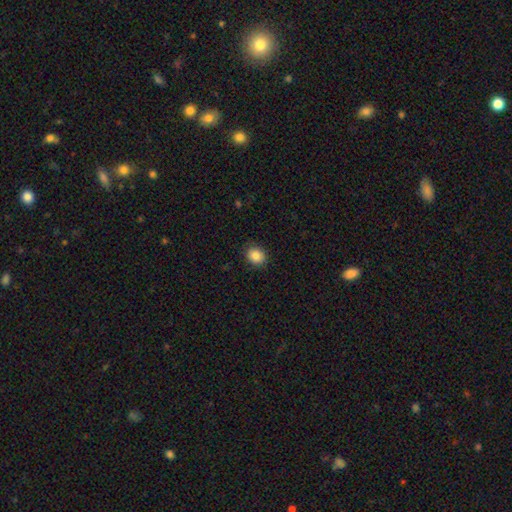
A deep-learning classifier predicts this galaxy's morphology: smooth 85%, star or artifact 9%, featured or disk 5%. Down the decision tree: how rounded — round (59%); merging — none (85%).